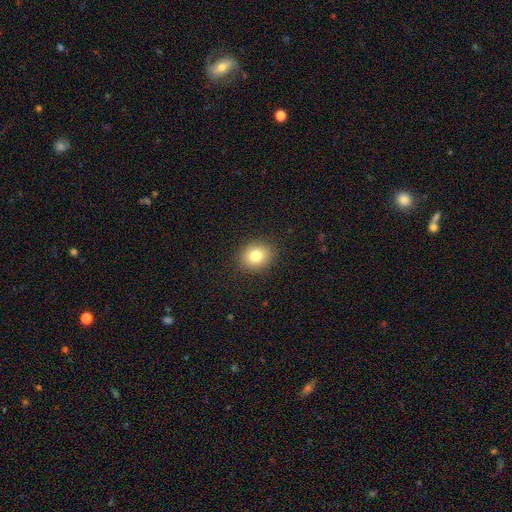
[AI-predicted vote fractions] Smooth or featured? smooth (80%)
How rounded? round (62%)
Merging? none (89%)